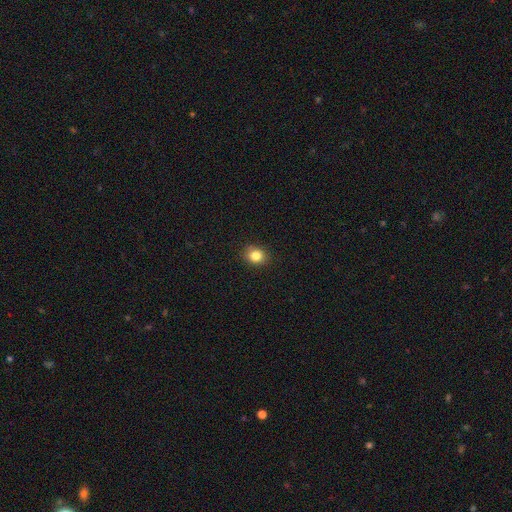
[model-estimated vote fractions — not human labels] A smooth galaxy with no disk features (84%) that is round (63%). Merging: none (88%).